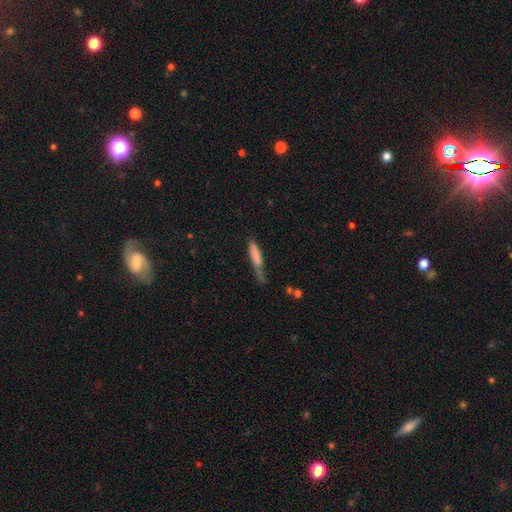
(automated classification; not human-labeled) This is likely a smooth galaxy (74%). How rounded: clearly cigar-shaped (84%). Merging: marginally none (44%).